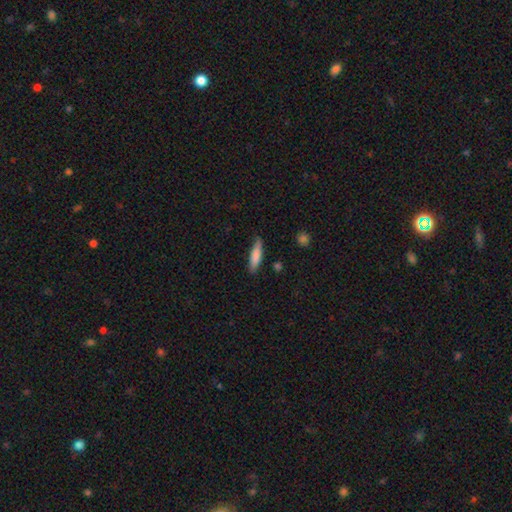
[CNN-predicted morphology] A smooth galaxy with no disk features (79%) that is cigar-shaped (77%).

Vote fractions:
- Smooth or featured? smooth: 79% / featured or disk: 15% / star or artifact: 6%
- How rounded? cigar-shaped: 77% / in between: 21% / round: 2%
- Merging? none: 83% / minor disturbance: 13% / major disturbance: 2% / merger: 2%